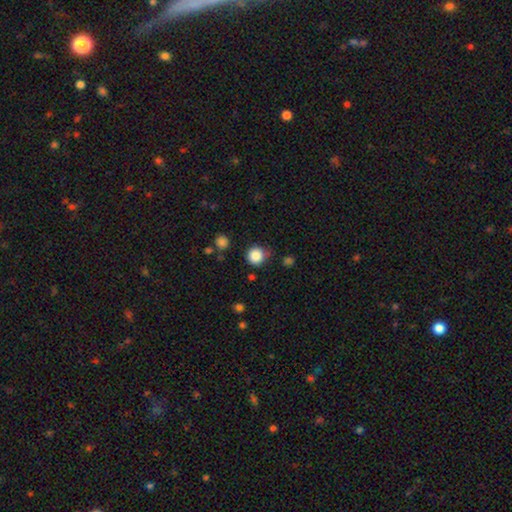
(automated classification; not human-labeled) Overall: smooth (86%). How rounded: round (93%). Merging: none (79%).